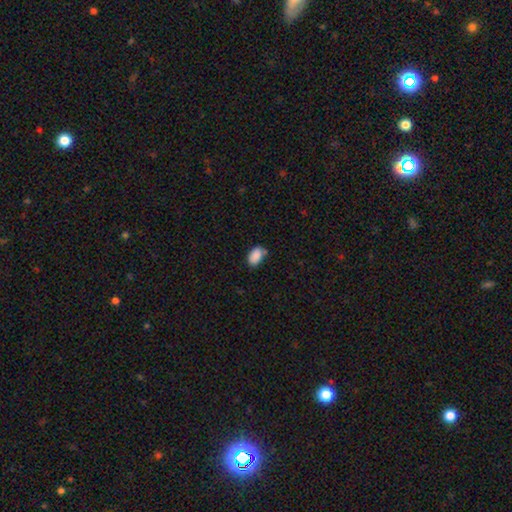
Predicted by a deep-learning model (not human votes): The model was most divided on "merging": none: 66%, minor disturbance: 23%, merger: 7%, major disturbance: 4%. More confident: how rounded — in between (90%); smooth or featured — smooth (88%).